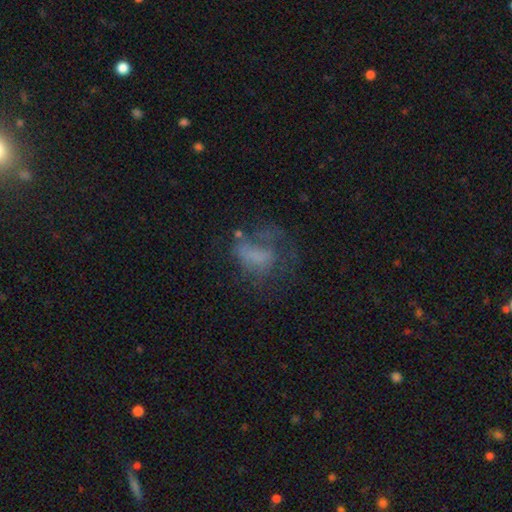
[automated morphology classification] smooth_or_featured: smooth (p=0.41) [alt: featured or disk p=0.40]
merging: major disturbance (p=0.44) [alt: none p=0.32]